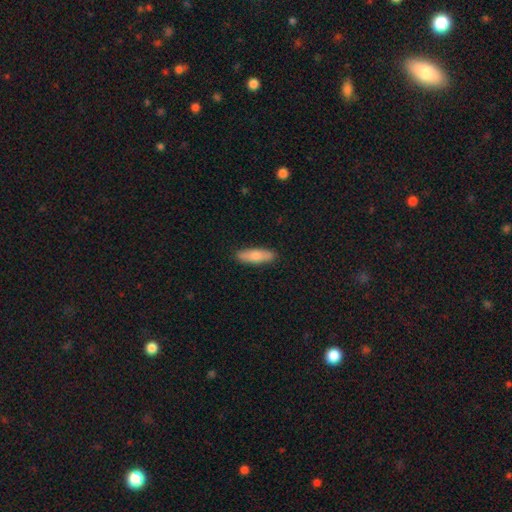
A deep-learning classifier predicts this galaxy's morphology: Smooth or featured: smooth — 79% (featured or disk — 16%)
How rounded: cigar-shaped — 58% (in between — 40%)
Merging: none — 89% (minor disturbance — 9%)